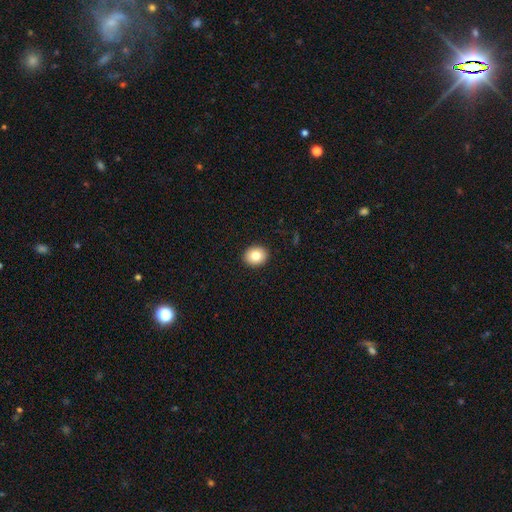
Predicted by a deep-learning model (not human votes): Smooth or featured?
  - smooth: 82% *
  - star or artifact: 9%
  - featured or disk: 9%
How rounded?
  - round: 62% *
  - in between: 38%
  - cigar-shaped: 1%
Merging?
  - none: 92% *
  - minor disturbance: 6%
  - major disturbance: 2%
  - merger: 1%